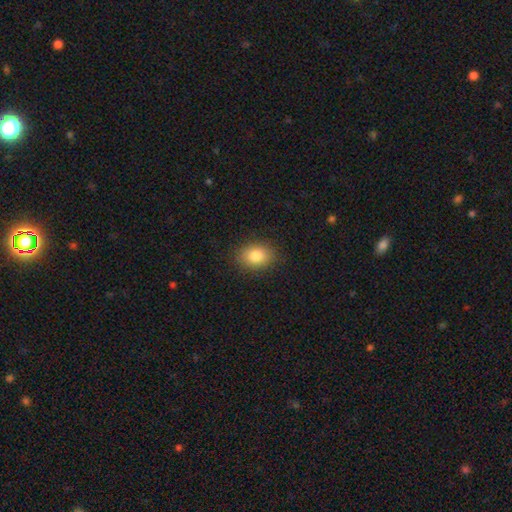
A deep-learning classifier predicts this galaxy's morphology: Smooth or featured? Predicted: smooth (p=0.83). How rounded? Predicted: in between (p=0.67). Merging? Predicted: none (p=0.87).